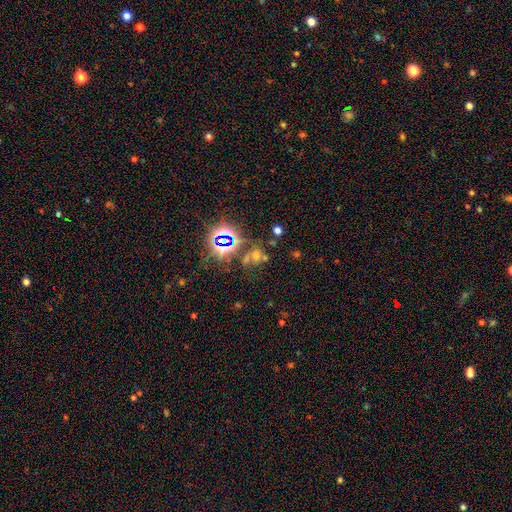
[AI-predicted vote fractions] Overall: star or artifact (68%).